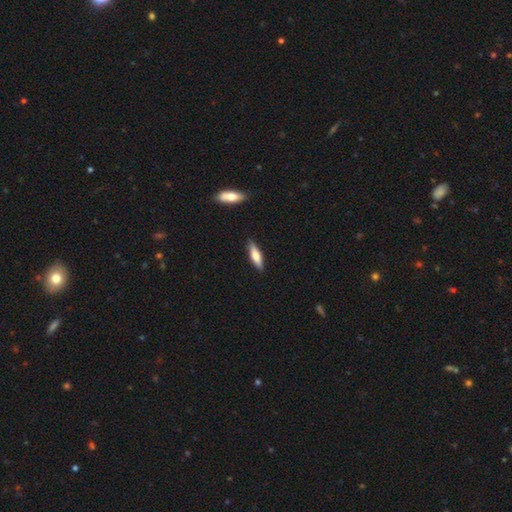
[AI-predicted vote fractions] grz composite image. It shows a smooth galaxy with no disk features (66%) that is cigar-shaped (64%). Merging: none (88%).